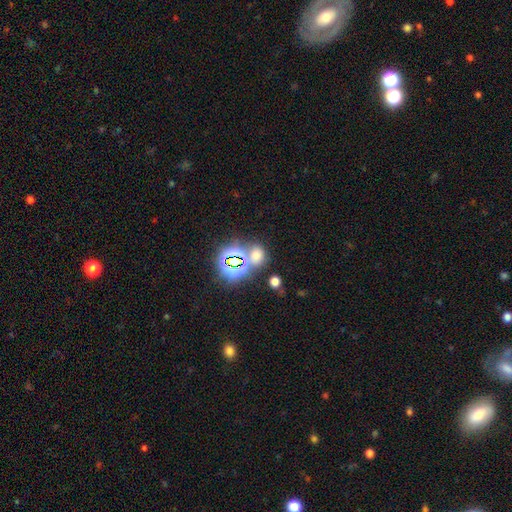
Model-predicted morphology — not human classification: Smooth or featured? Predicted: smooth (p=0.50). Merging? Predicted: none (p=0.62).